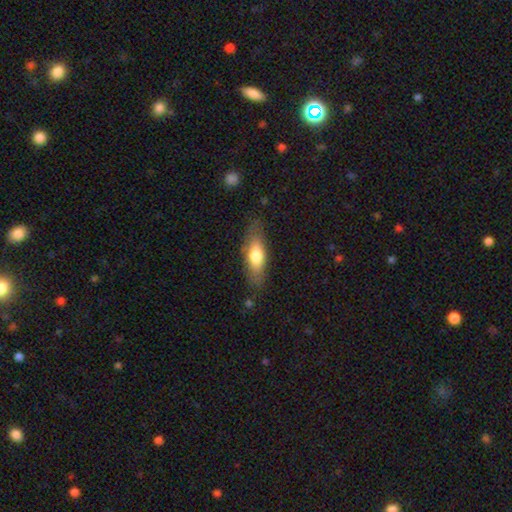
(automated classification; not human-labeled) Smooth or featured? Predicted: smooth (p=0.68). How rounded? Predicted: in between (p=0.64). Merging? Predicted: none (p=0.77).